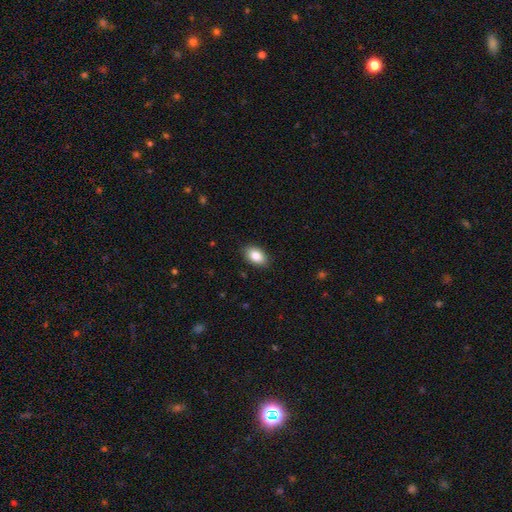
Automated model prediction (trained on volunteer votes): smooth 86%, star or artifact 7%, featured or disk 7%. Down the decision tree: how rounded — in between (91%); merging — none (88%).